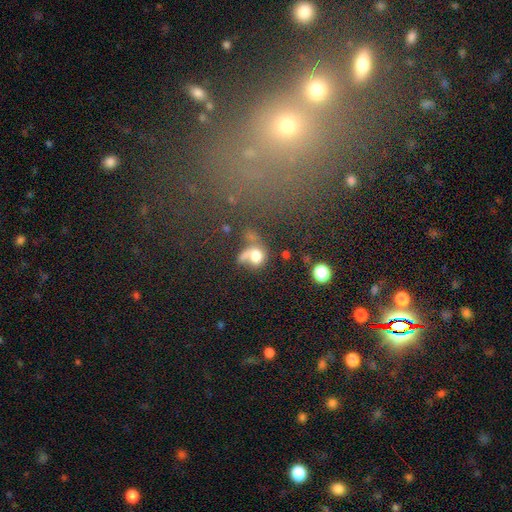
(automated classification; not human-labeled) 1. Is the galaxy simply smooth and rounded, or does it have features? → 61% smooth, 26% featured or disk, 13% star or artifact.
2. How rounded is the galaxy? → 60% round, 38% in between, 2% cigar-shaped.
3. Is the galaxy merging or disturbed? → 35% merger, 28% major disturbance, 23% none, 14% minor disturbance.